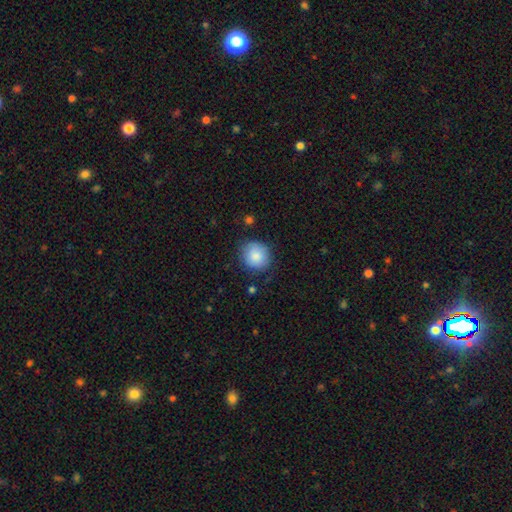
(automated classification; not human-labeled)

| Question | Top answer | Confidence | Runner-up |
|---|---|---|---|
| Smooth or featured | smooth | 86% | star or artifact (7%) |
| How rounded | round | 83% | in between (16%) |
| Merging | none | 80% | minor disturbance (15%) |